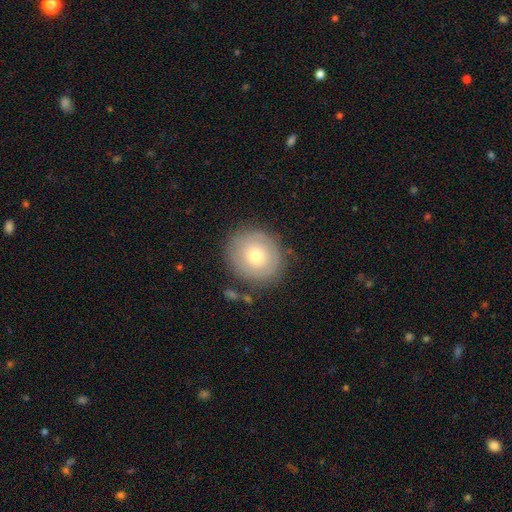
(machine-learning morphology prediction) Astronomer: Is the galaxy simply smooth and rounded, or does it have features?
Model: smooth — 58% (runner-up: featured or disk, 34%).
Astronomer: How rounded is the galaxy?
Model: round — 82%.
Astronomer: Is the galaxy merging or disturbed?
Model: none — 81%.